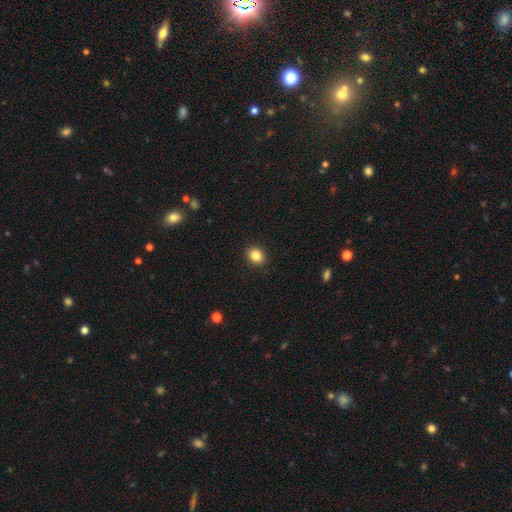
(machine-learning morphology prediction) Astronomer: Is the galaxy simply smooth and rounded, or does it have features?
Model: smooth — 85%.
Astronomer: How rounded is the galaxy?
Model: round — 61% (runner-up: in between, 38%).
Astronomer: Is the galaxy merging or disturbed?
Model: none — 92%.